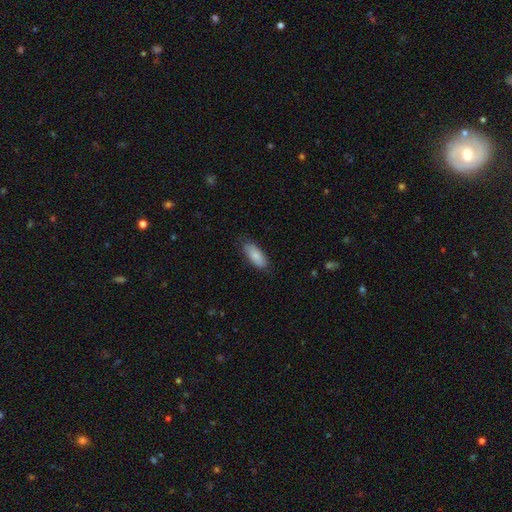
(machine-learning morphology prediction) Smooth or featured: smooth — 85% (featured or disk — 9%)
How rounded: in between — 81% (cigar-shaped — 17%)
Merging: none — 80% (minor disturbance — 16%)